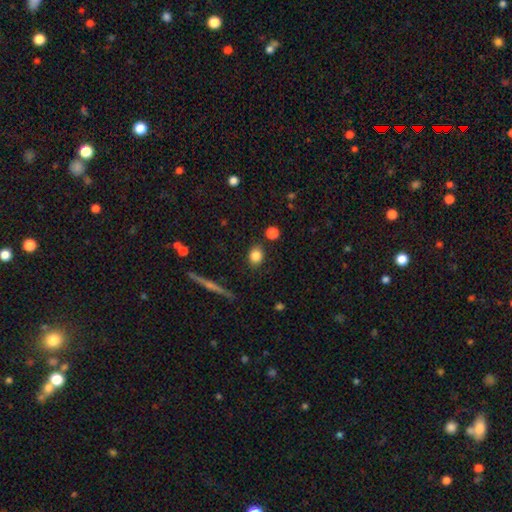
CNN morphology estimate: Smooth or featured?
  - smooth: 83% *
  - star or artifact: 10%
  - featured or disk: 7%
How rounded?
  - round: 61% *
  - in between: 36%
  - cigar-shaped: 3%
Merging?
  - none: 83% *
  - minor disturbance: 9%
  - merger: 5%
  - major disturbance: 3%